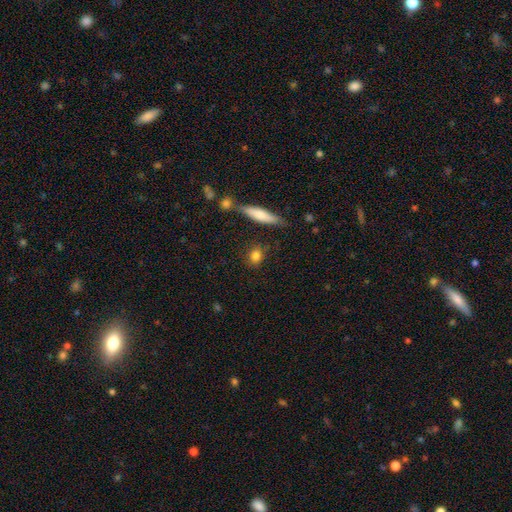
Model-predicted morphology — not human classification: A smooth galaxy with no disk features (83%) that is round (51%).

Vote fractions:
- Smooth or featured? smooth: 83% / featured or disk: 9% / star or artifact: 9%
- How rounded? round: 51% / in between: 39% / cigar-shaped: 10%
- Merging? none: 79% / minor disturbance: 12% / merger: 6% / major disturbance: 4%